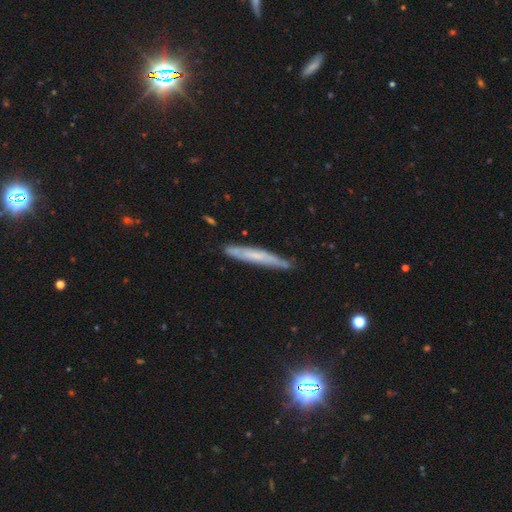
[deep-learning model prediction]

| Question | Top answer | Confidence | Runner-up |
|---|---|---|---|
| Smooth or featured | featured or disk | 47% | smooth (44%) |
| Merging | none | 81% | minor disturbance (15%) |